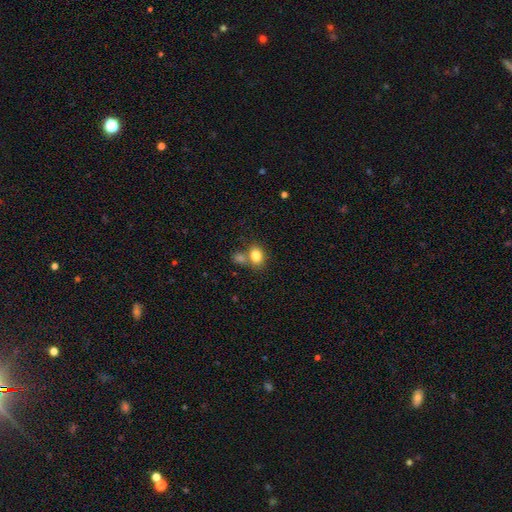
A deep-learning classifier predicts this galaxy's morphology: Overall: smooth (82%). How rounded: in between (63%; round 36%). Merging: none (52%; merger 32%).